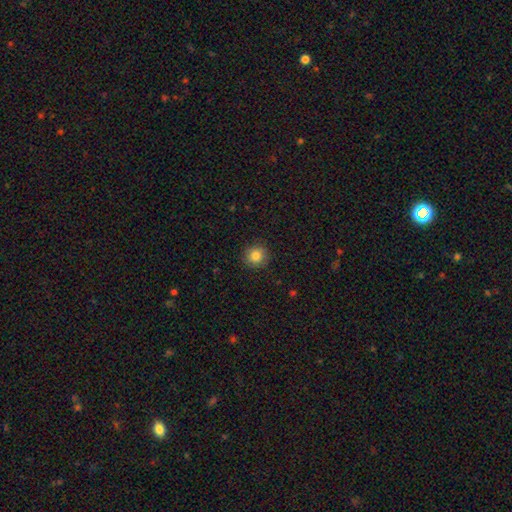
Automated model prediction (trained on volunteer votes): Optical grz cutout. It shows a smooth galaxy with no disk features (84%) that is round (93%). Merging: none (90%).